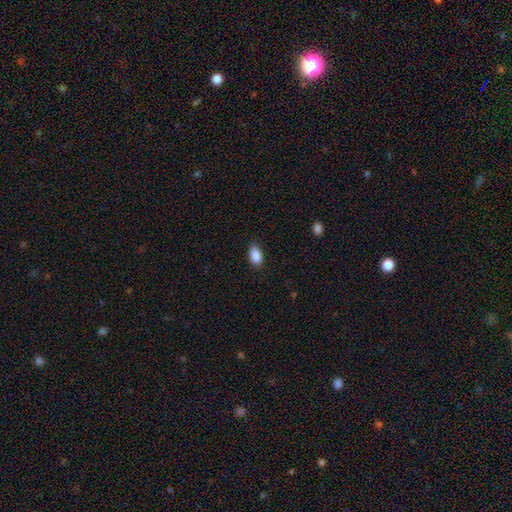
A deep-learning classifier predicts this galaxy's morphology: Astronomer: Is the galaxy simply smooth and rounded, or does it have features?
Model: smooth — 88%.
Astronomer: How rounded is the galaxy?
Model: in between — 90%.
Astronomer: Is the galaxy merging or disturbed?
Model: none — 80%.